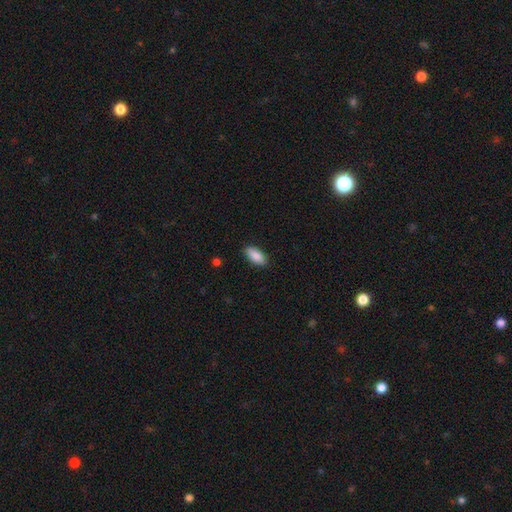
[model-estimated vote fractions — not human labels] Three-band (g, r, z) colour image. It shows a smooth galaxy with no disk features (89%) that is in between round and cigar-shaped (90%). Merging: none (87%).